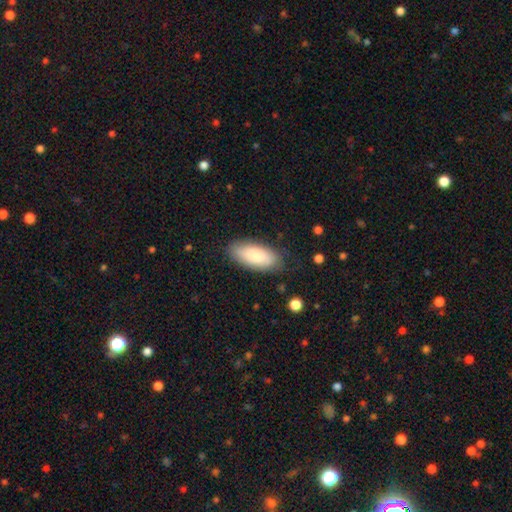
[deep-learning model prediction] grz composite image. It shows a smooth galaxy with no disk features (83%) that is in between round and cigar-shaped (88%). Merging: none (77%).